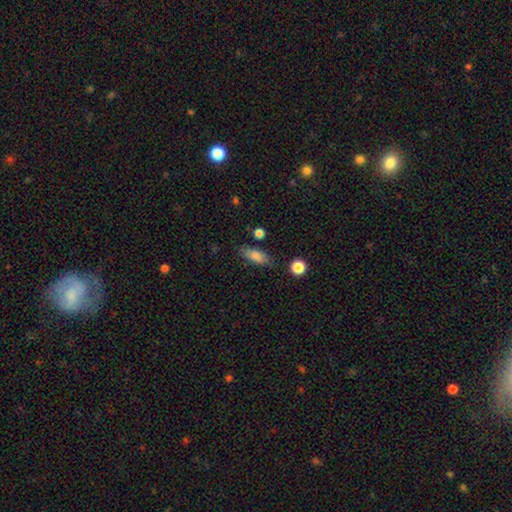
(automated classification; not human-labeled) Smooth or featured: smooth — 81% (featured or disk — 10%)
How rounded: in between — 73% (cigar-shaped — 22%)
Merging: none — 79% (minor disturbance — 14%)